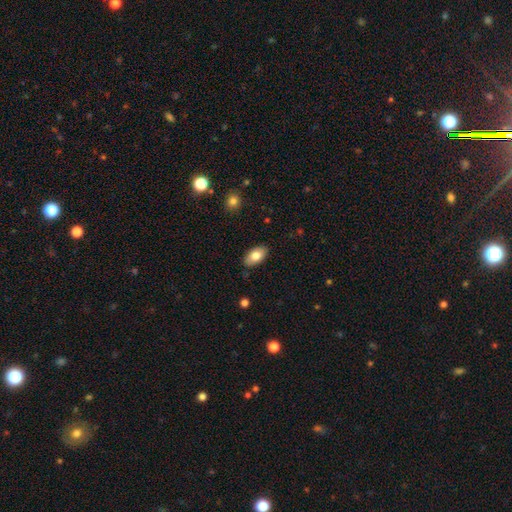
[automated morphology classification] A smooth galaxy with no disk features (77%) that is in between round and cigar-shaped (93%).

Vote fractions:
- Smooth or featured? smooth: 77% / featured or disk: 16% / star or artifact: 7%
- How rounded? in between: 93% / round: 4% / cigar-shaped: 3%
- Merging? none: 86% / minor disturbance: 11% / major disturbance: 2% / merger: 1%